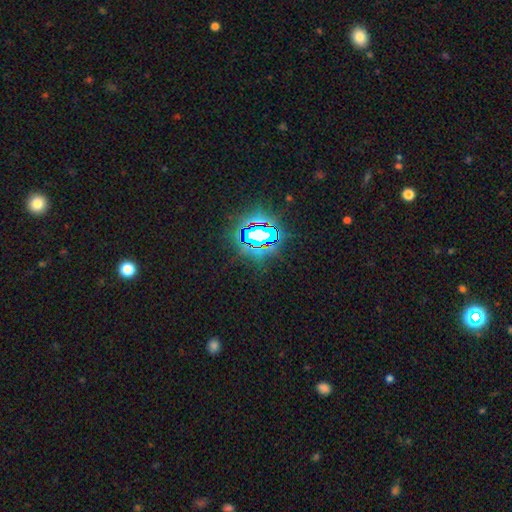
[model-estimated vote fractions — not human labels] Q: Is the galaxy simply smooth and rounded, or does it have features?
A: star or artifact — 83%.